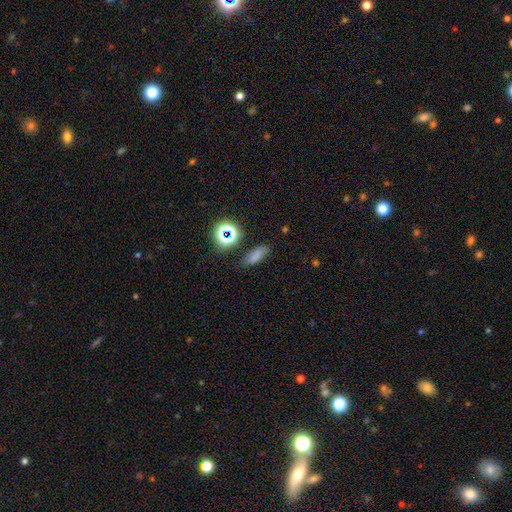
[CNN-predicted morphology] Smooth or featured: smooth — 69% (star or artifact — 21%)
How rounded: in between — 56% (cigar-shaped — 33%)
Merging: none — 74% (minor disturbance — 16%)